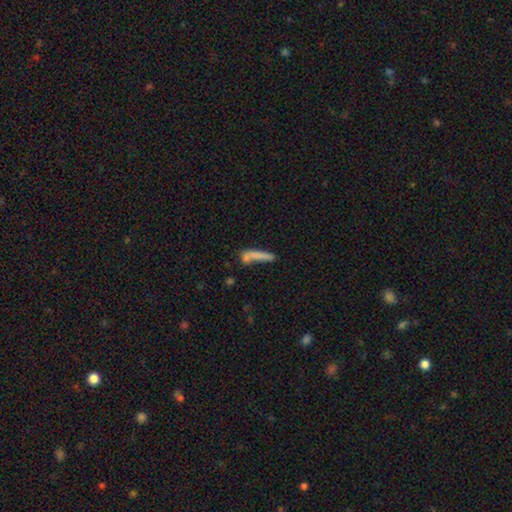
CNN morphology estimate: This is likely a smooth galaxy (72%). How rounded: clearly cigar-shaped (86%). Merging: possibly none (51%).